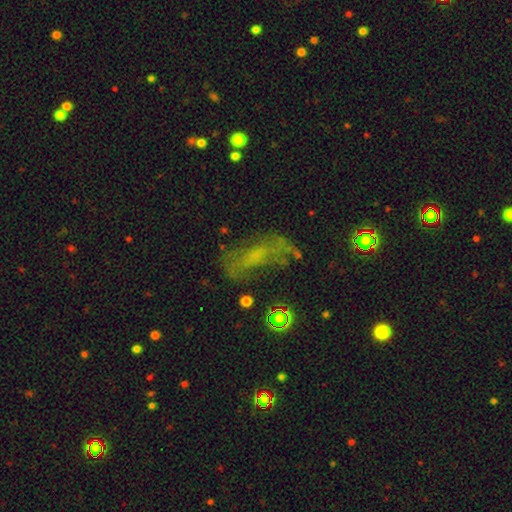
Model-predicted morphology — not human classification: type=featured or disk (43%); merging=none (49%).